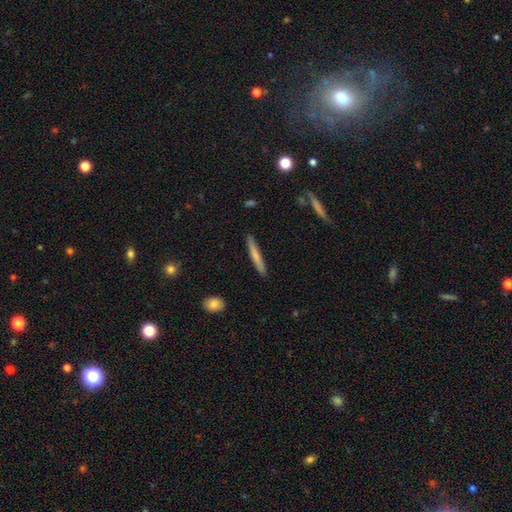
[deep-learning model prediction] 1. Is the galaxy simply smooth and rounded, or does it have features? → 68% smooth, 27% featured or disk, 6% star or artifact.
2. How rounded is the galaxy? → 96% cigar-shaped, 3% in between, 1% round.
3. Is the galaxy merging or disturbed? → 91% none, 7% minor disturbance, 1% major disturbance, 1% merger.